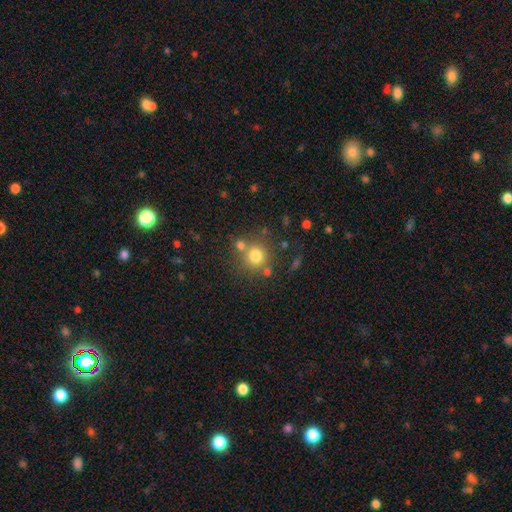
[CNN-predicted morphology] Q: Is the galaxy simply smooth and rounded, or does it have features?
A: smooth — 75%.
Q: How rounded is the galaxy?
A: round — 90%.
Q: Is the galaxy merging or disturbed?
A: none — 68%.